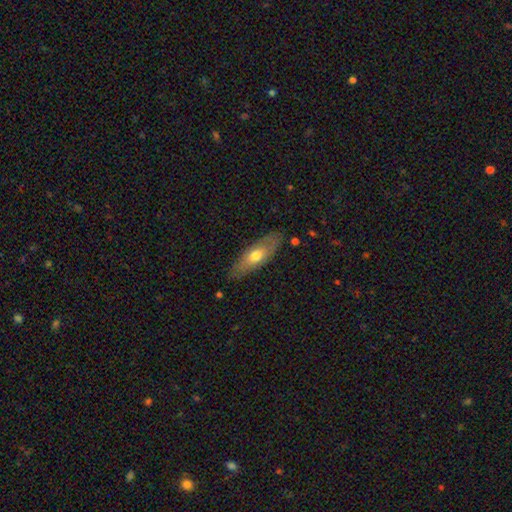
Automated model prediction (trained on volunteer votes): smooth 54%, featured or disk 40%, star or artifact 6%. Down the decision tree: how rounded — in between (58%); merging — none (80%).